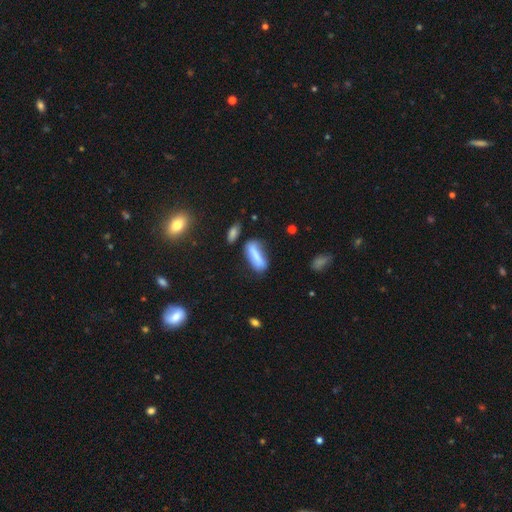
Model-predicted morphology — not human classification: smooth-or-featured: smooth: 70% | featured or disk: 21% | star or artifact: 9%
  how-rounded: in between: 50% | cigar-shaped: 48% | round: 2%
  merging: none: 51% | minor disturbance: 27% | major disturbance: 12% | merger: 10%